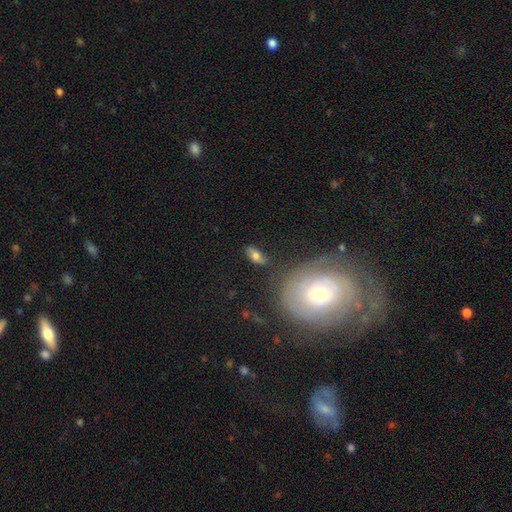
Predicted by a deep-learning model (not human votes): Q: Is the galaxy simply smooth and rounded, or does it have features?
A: smooth — 65%.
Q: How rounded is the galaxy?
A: in between — 84%.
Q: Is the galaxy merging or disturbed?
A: none — 70%.